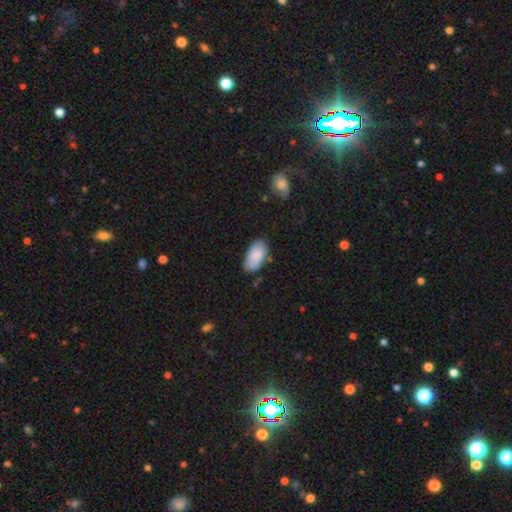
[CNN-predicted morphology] Q: Smooth or featured?
A: smooth (84%); runner-up: featured or disk (9%)
Q: How rounded?
A: in between (94%); runner-up: cigar-shaped (3%)
Q: Merging?
A: none (73%); runner-up: minor disturbance (20%)